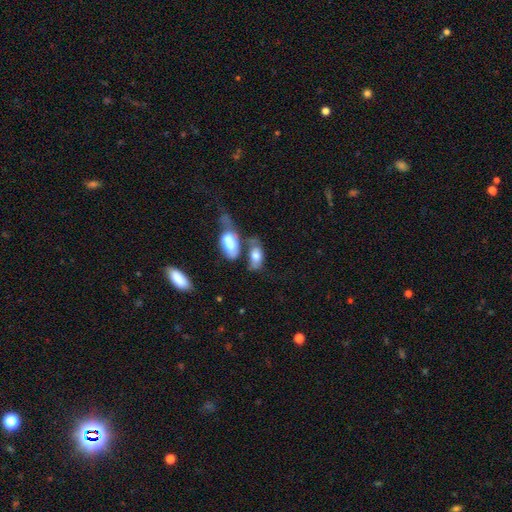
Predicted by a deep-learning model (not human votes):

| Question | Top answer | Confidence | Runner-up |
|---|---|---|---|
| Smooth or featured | smooth | 69% | featured or disk (23%) |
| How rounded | in between | 89% | cigar-shaped (6%) |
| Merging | merger | 40% | none (29%) |